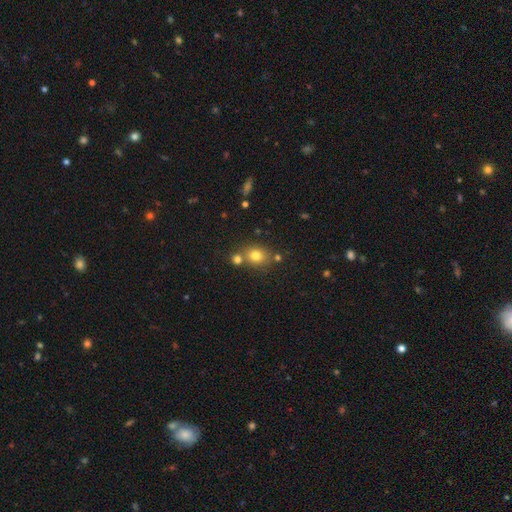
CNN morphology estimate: This appears to be a smooth galaxy with no disk features (76%) that is round (67%). Merging: none (64%).